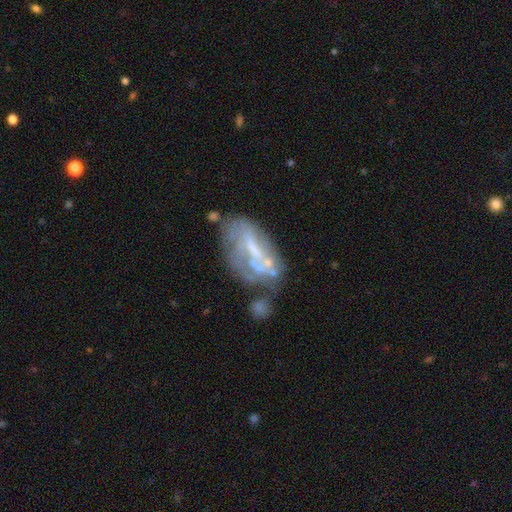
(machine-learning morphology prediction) A featured or disk galaxy (66%) with no bar (38%), no spiral arms (56%) and a small central bulge (45%).

Vote fractions:
- Smooth or featured? featured or disk: 66% / smooth: 22% / star or artifact: 11%
- Edge-on disk? no: 92% / yes: 8%
- Bar? no: 38% / weak: 37% / strong: 25%
- Spiral arms? no: 56% / yes: 44%
- Bulge size? small: 45% / none: 27% / moderate: 25% / large: 3% / dominant: 1%
- Merging? none: 37% / merger: 22% / minor disturbance: 21% / major disturbance: 19%